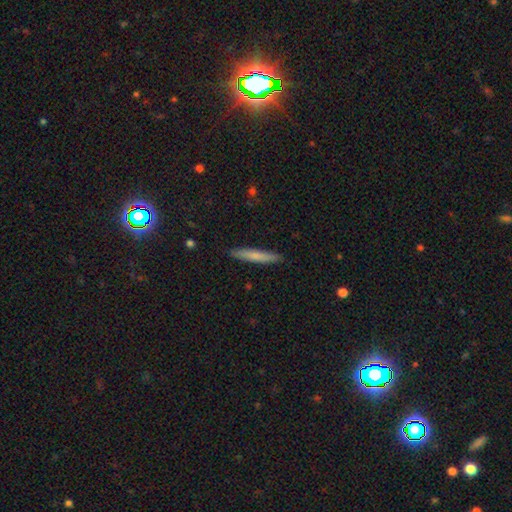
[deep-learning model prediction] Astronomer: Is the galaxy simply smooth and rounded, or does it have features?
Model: smooth — 72%.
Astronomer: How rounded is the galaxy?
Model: cigar-shaped — 94%.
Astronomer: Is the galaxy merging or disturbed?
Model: none — 91%.